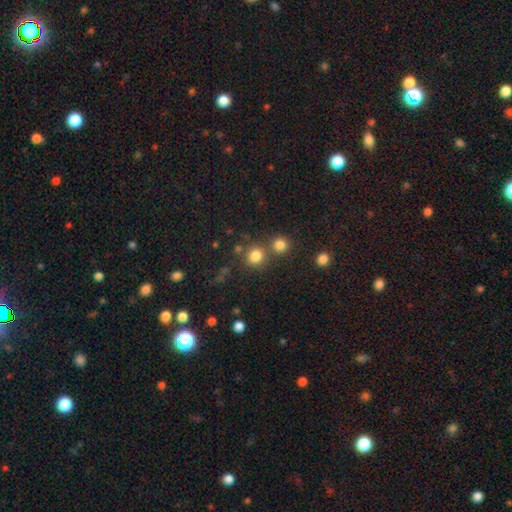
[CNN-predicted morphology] smooth 80%, star or artifact 14%, featured or disk 6%. Down the decision tree: how rounded — round (89%); merging — none (65%).